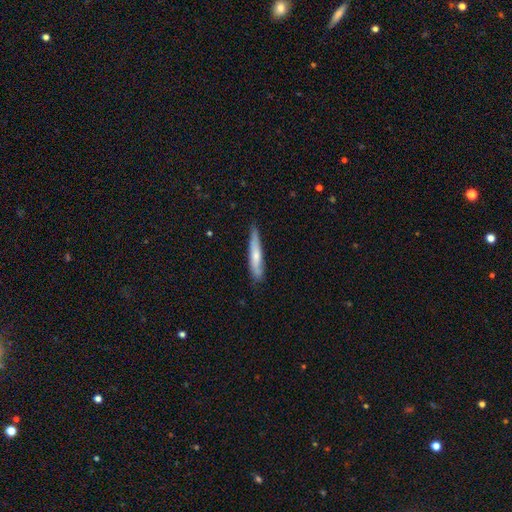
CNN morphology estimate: Smooth or featured: smooth — 62% (featured or disk — 33%)
How rounded: cigar-shaped — 92% (in between — 7%)
Merging: none — 76% (minor disturbance — 20%)